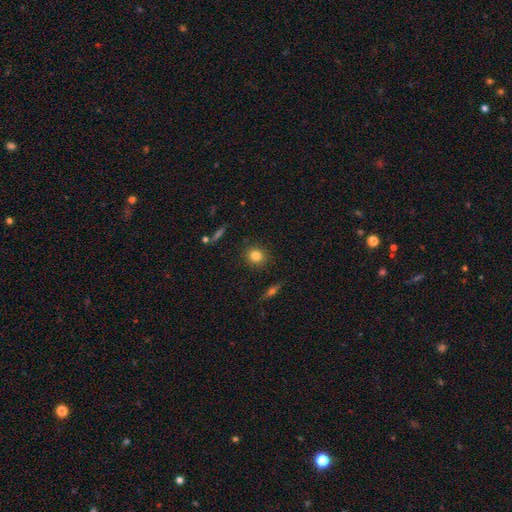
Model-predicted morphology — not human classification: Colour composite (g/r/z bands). It shows a smooth galaxy with no disk features (82%) that is round (84%). Merging: none (89%).